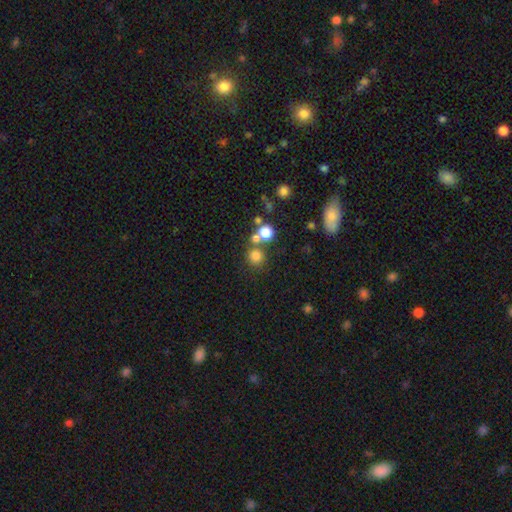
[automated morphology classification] smooth-or-featured: smooth: 75% | star or artifact: 17% | featured or disk: 8%
  how-rounded: round: 89% | in between: 10% | cigar-shaped: 1%
  merging: none: 64% | merger: 24% | minor disturbance: 7% | major disturbance: 4%